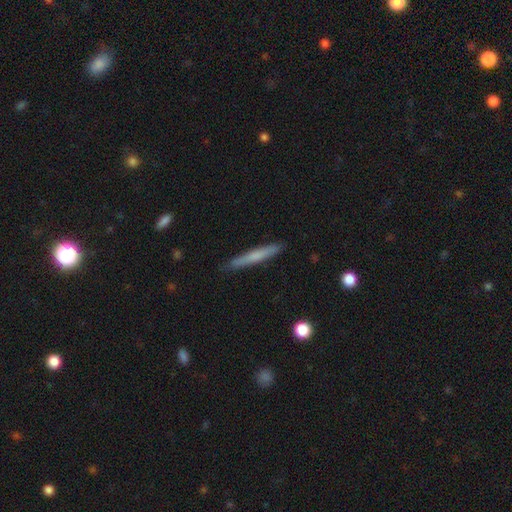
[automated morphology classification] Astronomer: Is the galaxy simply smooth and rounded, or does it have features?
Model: smooth — 62%.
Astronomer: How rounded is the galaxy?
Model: cigar-shaped — 96%.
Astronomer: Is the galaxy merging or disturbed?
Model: none — 90%.